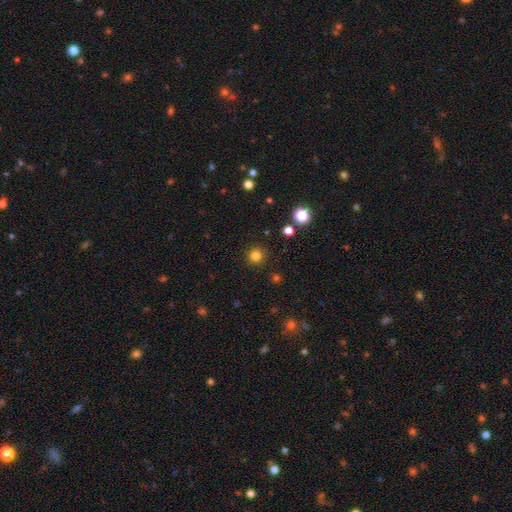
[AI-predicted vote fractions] This appears to be a smooth galaxy with no disk features (81%) that is round (95%). Merging: none (92%).